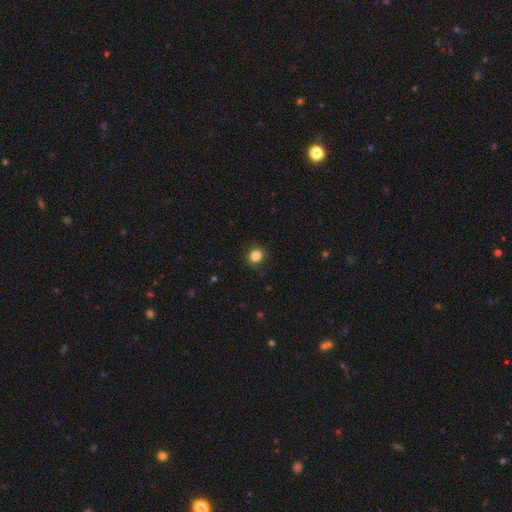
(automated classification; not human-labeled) Smooth or featured? smooth (85%)
How rounded? round (72%)
Merging? none (90%)